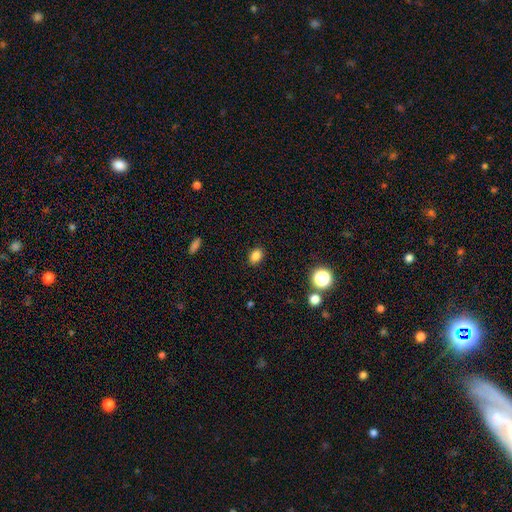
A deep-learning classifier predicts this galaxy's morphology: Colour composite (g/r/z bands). It shows a smooth galaxy with no disk features (83%) that is in between round and cigar-shaped (72%). Merging: none (88%).